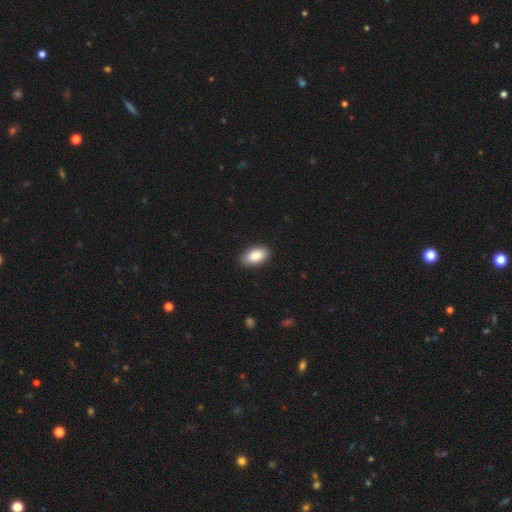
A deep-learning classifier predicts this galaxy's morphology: Smooth or featured: smooth — 87% (star or artifact — 7%)
How rounded: in between — 93% (round — 5%)
Merging: none — 87% (minor disturbance — 10%)